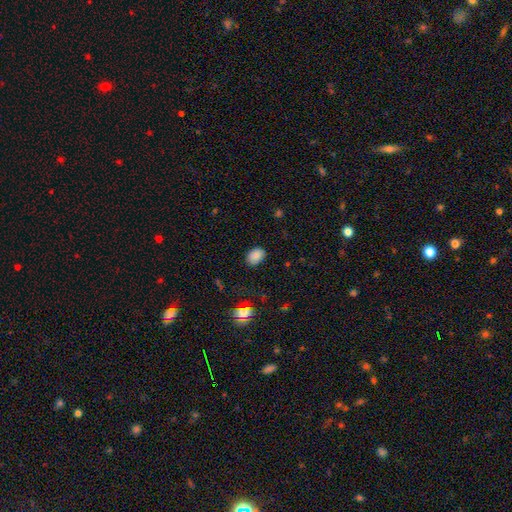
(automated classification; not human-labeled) The model was most divided on "how rounded": in between: 76%, round: 23%, cigar-shaped: 1%. More confident: smooth or featured — smooth (85%); merging — none (83%).